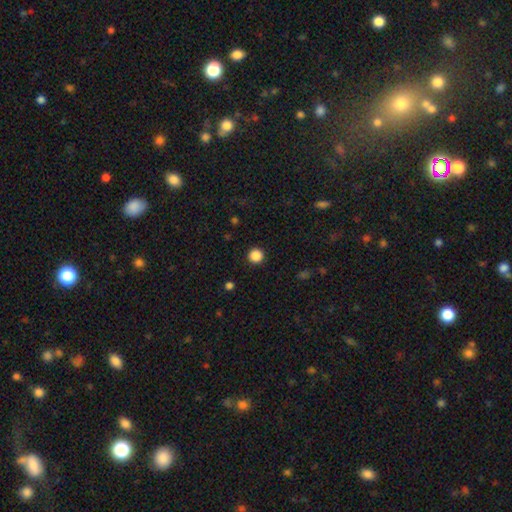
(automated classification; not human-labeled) Q: Smooth or featured?
A: smooth (86%); runner-up: star or artifact (11%)
Q: How rounded?
A: round (96%); runner-up: in between (4%)
Q: Merging?
A: none (93%); runner-up: minor disturbance (5%)